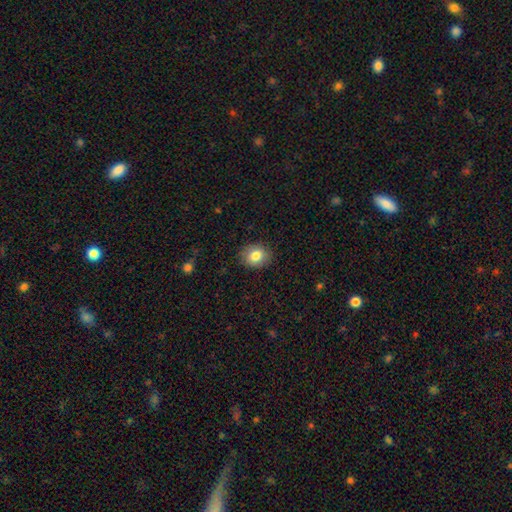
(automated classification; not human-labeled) Smooth or featured? smooth (82%)
How rounded? round (62%)
Merging? none (87%)